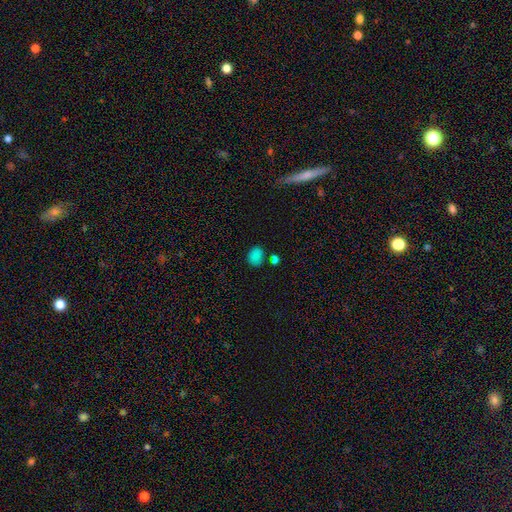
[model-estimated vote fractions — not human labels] smooth_or_featured: smooth (p=0.81) [alt: star or artifact p=0.14]
how_rounded: in between (p=0.53) [alt: round p=0.46]
merging: none (p=0.74) [alt: minor disturbance p=0.13]